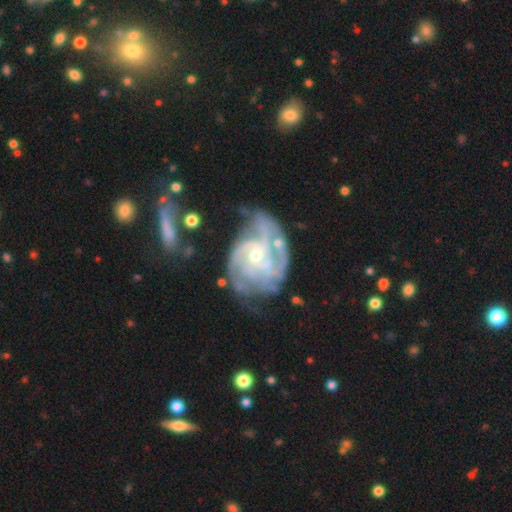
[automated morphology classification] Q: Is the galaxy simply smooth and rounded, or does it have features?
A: featured or disk — 90%.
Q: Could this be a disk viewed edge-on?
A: no — 98%.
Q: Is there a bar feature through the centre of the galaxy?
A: no — 63%.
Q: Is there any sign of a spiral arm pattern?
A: yes — 97%.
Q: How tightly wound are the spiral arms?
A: tight — 55%.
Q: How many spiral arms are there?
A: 3 — 32%.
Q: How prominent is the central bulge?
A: small — 61%.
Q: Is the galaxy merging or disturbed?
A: none — 52%.